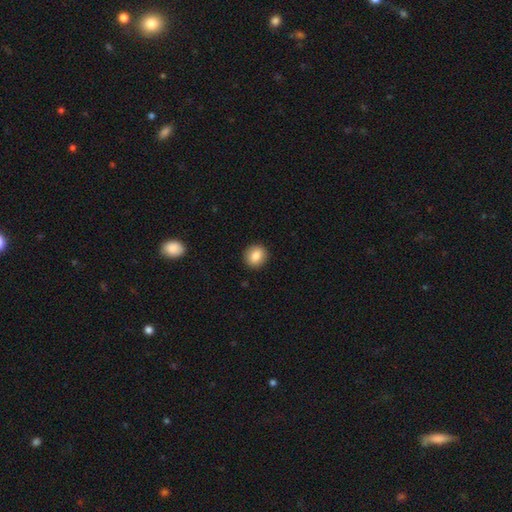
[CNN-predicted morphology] type=smooth (84%); roundness=round (82%); merging=none (91%).